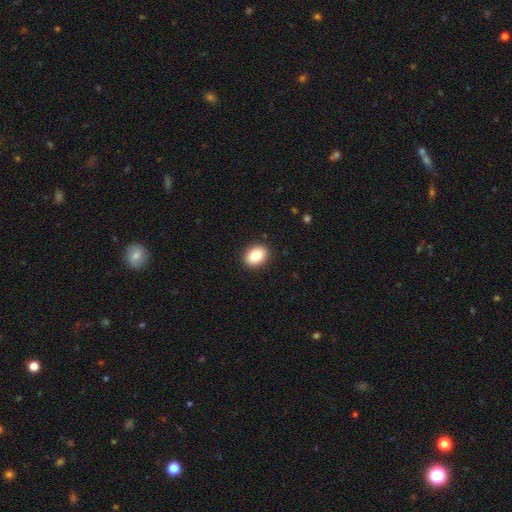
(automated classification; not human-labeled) Smooth or featured: smooth — 85% (star or artifact — 8%)
How rounded: in between — 68% (round — 31%)
Merging: none — 91% (minor disturbance — 7%)